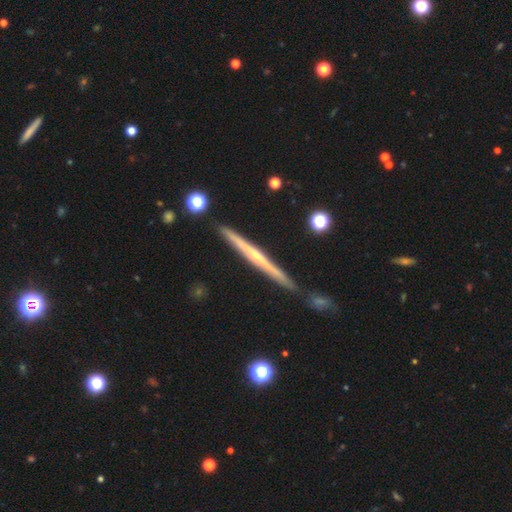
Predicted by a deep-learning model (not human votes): This is likely a featured or disk galaxy (74%). It is clearly viewed edge-on (98%). Edge-on bulge: possibly rounded (52%). Merging: clearly none (85%).